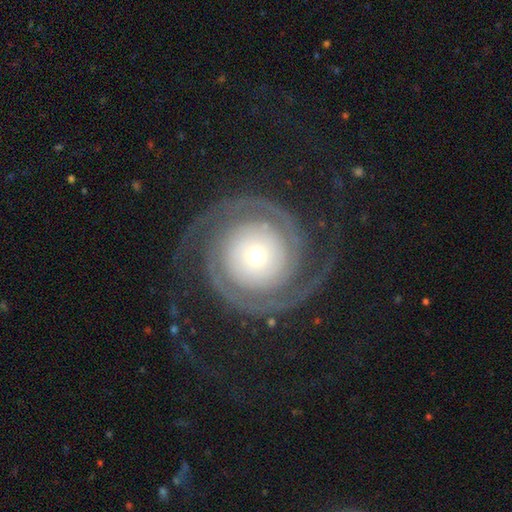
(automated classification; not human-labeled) Smooth or featured?
  - featured or disk: 91% *
  - smooth: 4%
  - star or artifact: 4%
Edge-on disk?
  - no: 98% *
  - yes: 2%
Bar?
  - no: 81% *
  - weak: 11%
  - strong: 7%
Spiral arms?
  - yes: 98% *
  - no: 2%
Spiral winding?
  - tight: 74% *
  - medium: 20%
  - loose: 5%
Spiral arm count?
  - 2: 90% *
  - can't tell: 3%
  - 3: 2%
  - 1: 2%
  - 4: 2%
  - more than 4: 2%
Bulge size?
  - small: 53% *
  - moderate: 39%
  - large: 5%
  - dominant: 2%
  - none: 1%
Merging?
  - none: 82% *
  - minor disturbance: 10%
  - major disturbance: 7%
  - merger: 1%